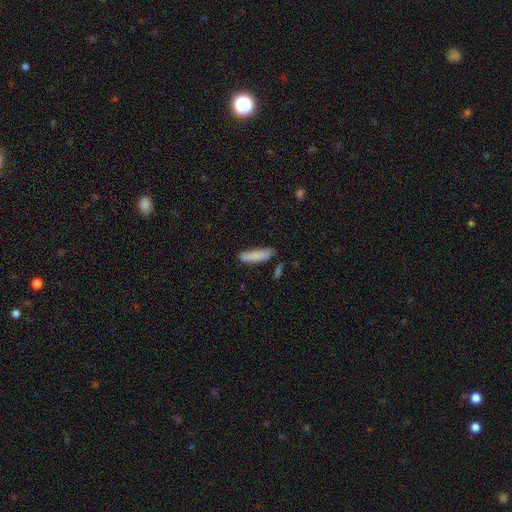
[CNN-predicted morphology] A smooth galaxy with no disk features (84%) that is cigar-shaped (63%). Merging: none (74%).